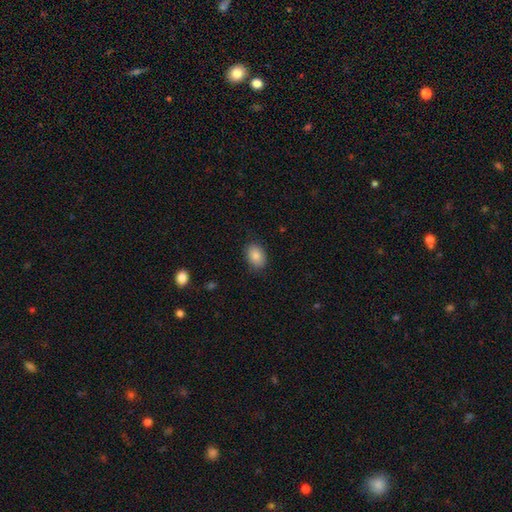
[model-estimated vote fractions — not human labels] smooth-or-featured: smooth: 85% | star or artifact: 8% | featured or disk: 7%
  how-rounded: in between: 78% | round: 21% | cigar-shaped: 1%
  merging: none: 85% | minor disturbance: 11% | major disturbance: 3% | merger: 1%